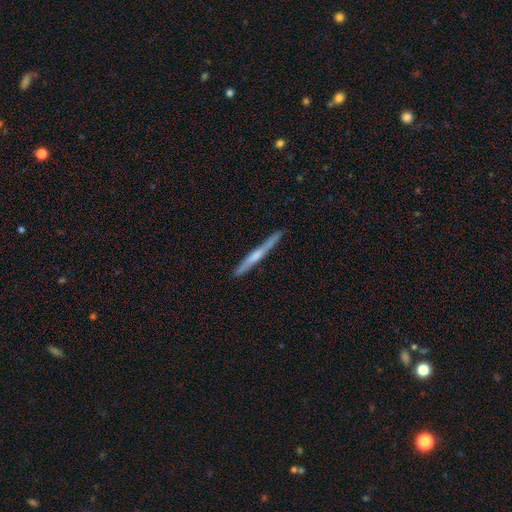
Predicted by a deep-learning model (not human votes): Smooth or featured? featured or disk (59%)
Edge-on disk? yes (97%)
Edge-on bulge? rounded (50%)
Merging? none (90%)